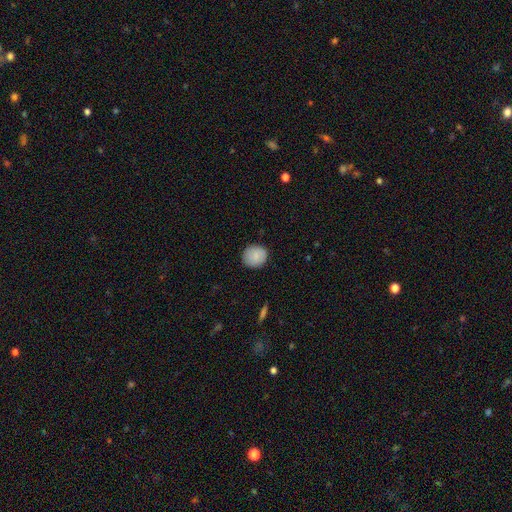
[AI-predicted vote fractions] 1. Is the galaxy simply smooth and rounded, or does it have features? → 87% smooth, 7% star or artifact, 6% featured or disk.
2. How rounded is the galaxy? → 81% round, 18% in between, 1% cigar-shaped.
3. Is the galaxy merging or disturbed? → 88% none, 9% minor disturbance, 2% major disturbance, 1% merger.